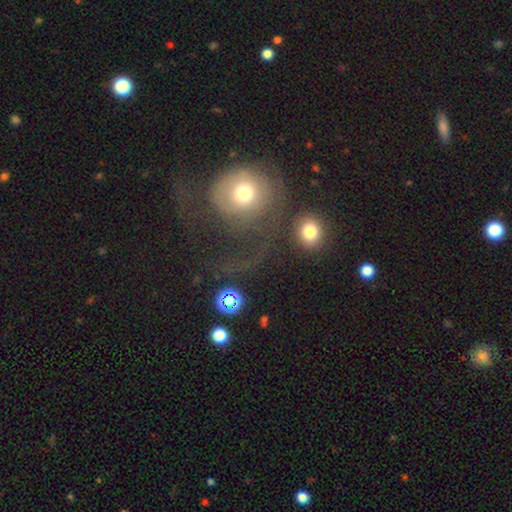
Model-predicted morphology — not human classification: Smooth or featured: featured or disk — 41% (smooth — 40%)
Merging: none — 45% (major disturbance — 30%)